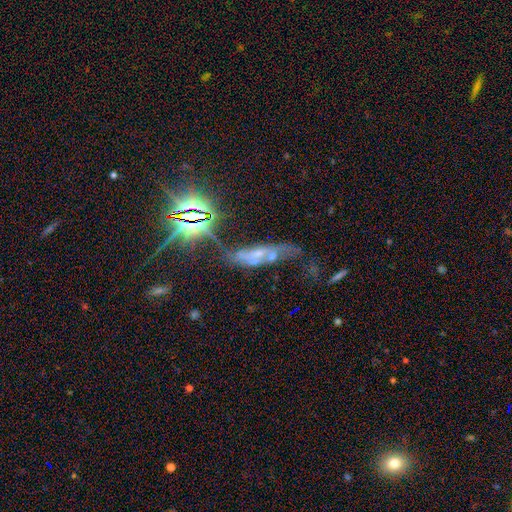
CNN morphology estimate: This is possibly a featured or disk galaxy (46%). Merging: marginally none (36%).